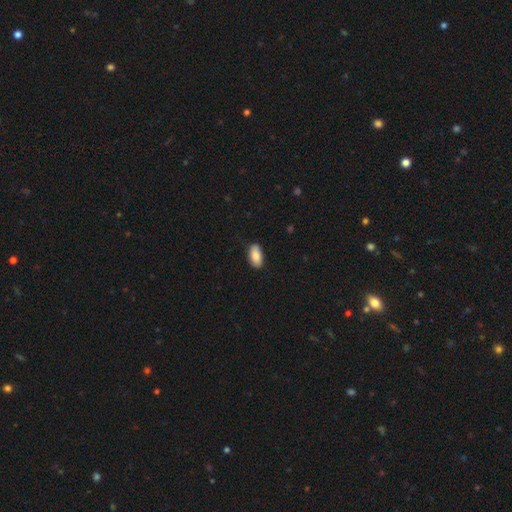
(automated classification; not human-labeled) smooth 88%, star or artifact 6%, featured or disk 6%. Down the decision tree: how rounded — in between (93%); merging — none (85%).